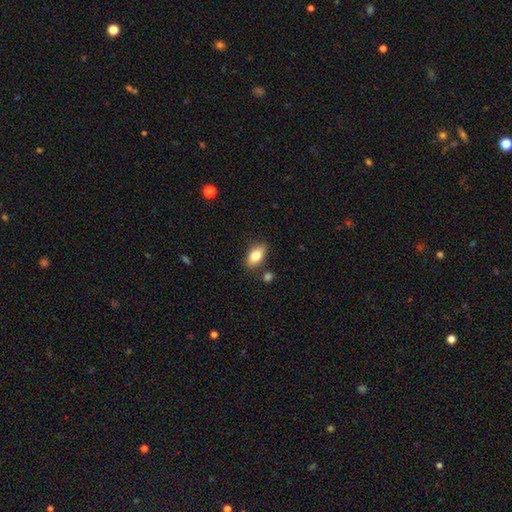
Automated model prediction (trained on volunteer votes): Smooth or featured? Predicted: smooth (p=0.80). How rounded? Predicted: in between (p=0.89). Merging? Predicted: none (p=0.82).